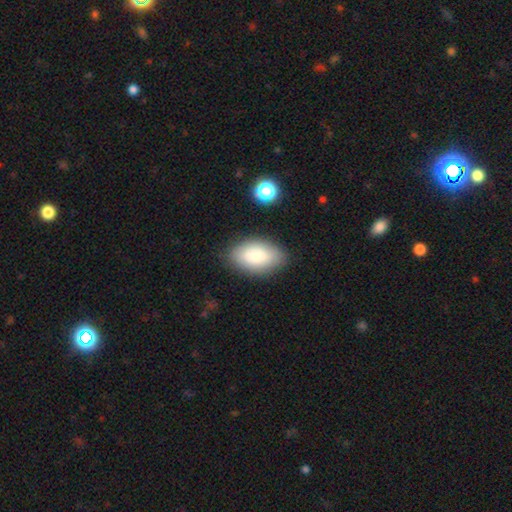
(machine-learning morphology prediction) Smooth or featured?
  - smooth: 84% *
  - featured or disk: 8%
  - star or artifact: 8%
How rounded?
  - in between: 93% *
  - round: 5%
  - cigar-shaped: 2%
Merging?
  - none: 84% *
  - minor disturbance: 11%
  - major disturbance: 3%
  - merger: 2%